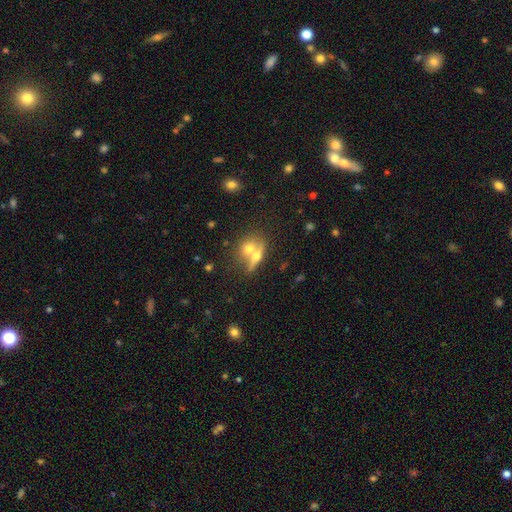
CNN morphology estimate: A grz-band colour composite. It shows a smooth galaxy with no disk features (53%) that is in between round and cigar-shaped (44%). Merging: merger (53%).